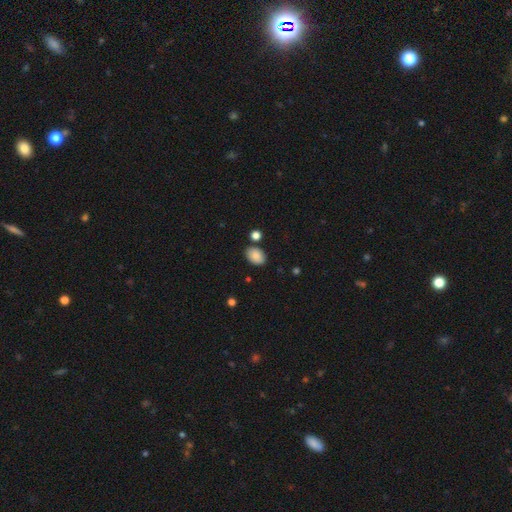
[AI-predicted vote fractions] A smooth galaxy with no disk features (86%) that is in between round and cigar-shaped (83%). Merging: none (80%).